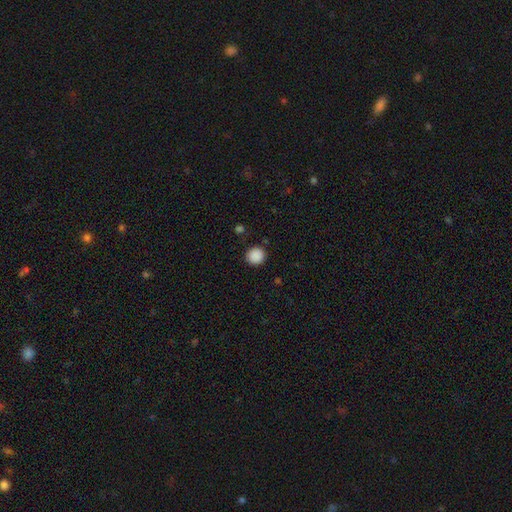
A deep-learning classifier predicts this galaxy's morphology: type=smooth (89%); roundness=round (91%); merging=none (89%).